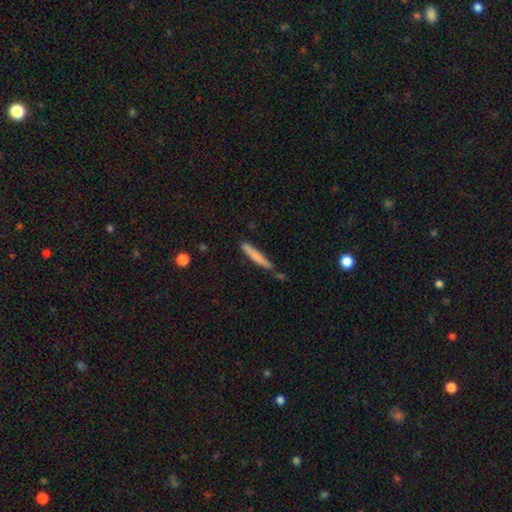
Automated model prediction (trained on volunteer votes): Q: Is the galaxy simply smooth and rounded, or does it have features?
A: smooth — 75%.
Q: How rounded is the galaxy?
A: cigar-shaped — 94%.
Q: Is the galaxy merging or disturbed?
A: none — 74%.